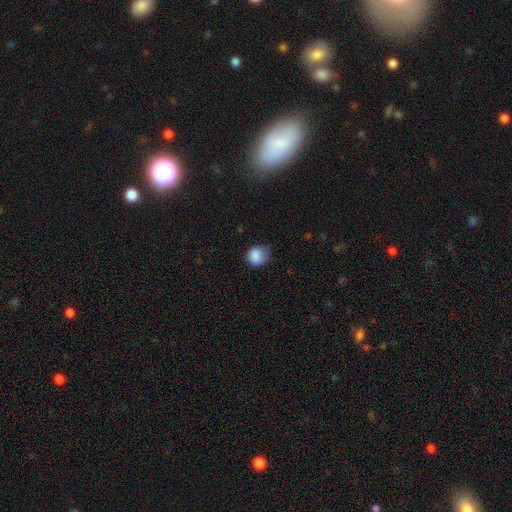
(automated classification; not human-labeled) Smooth or featured? smooth (87%)
How rounded? round (83%)
Merging? none (61%)